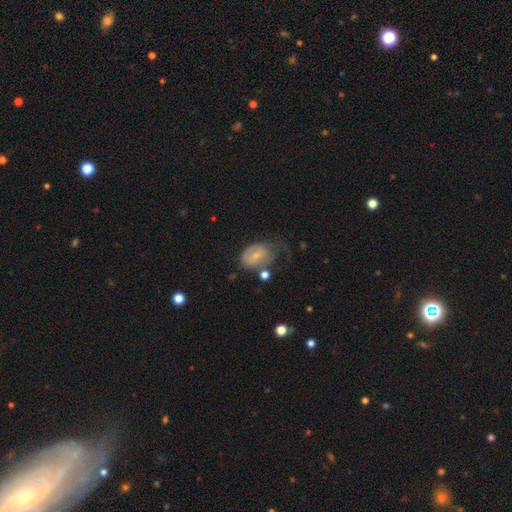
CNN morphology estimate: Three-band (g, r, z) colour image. It shows a smooth galaxy with no disk features (51%) that is in between round and cigar-shaped (76%). Merging: major disturbance (38%).